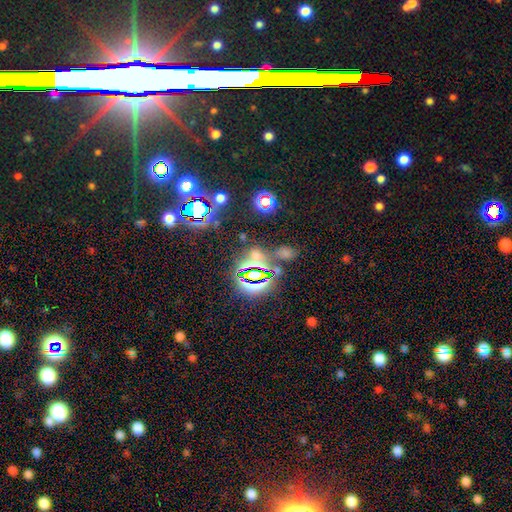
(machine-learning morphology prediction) Smooth or featured?
  - star or artifact: 68% *
  - smooth: 24%
  - featured or disk: 8%